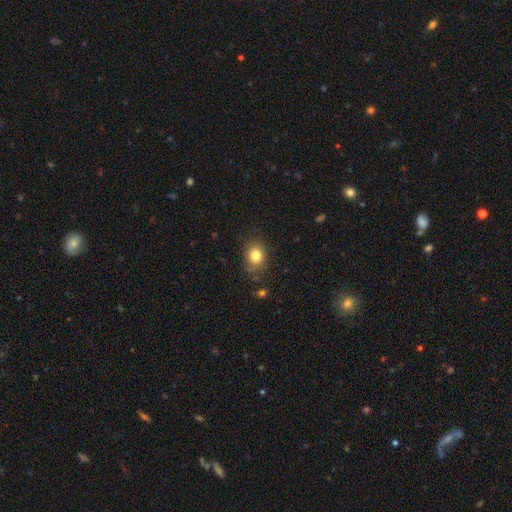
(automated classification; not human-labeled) Morphology: type=smooth (82%); roundness=round (57%); merging=none (78%).